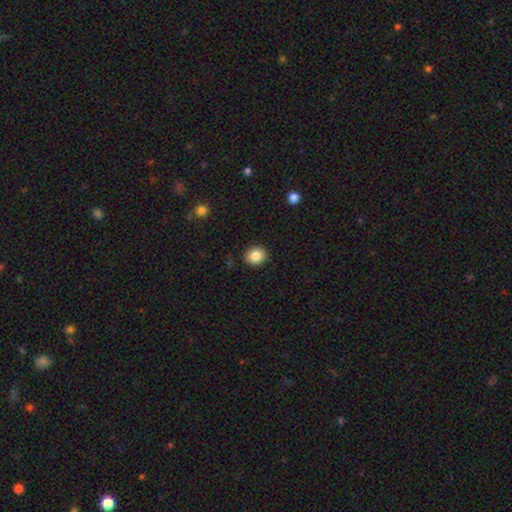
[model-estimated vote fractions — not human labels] Q: Smooth or featured?
A: smooth (86%); runner-up: star or artifact (9%)
Q: How rounded?
A: round (67%); runner-up: in between (32%)
Q: Merging?
A: none (90%); runner-up: minor disturbance (7%)